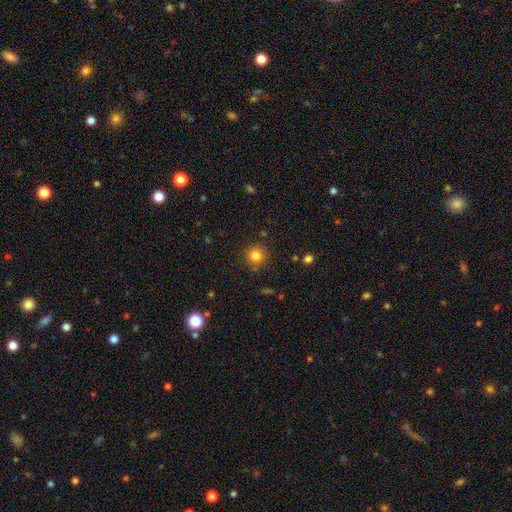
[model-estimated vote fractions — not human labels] smooth_or_featured: smooth (p=0.81) [alt: star or artifact p=0.13]
how_rounded: round (p=0.94) [alt: in between p=0.05]
merging: none (p=0.88) [alt: minor disturbance p=0.07]